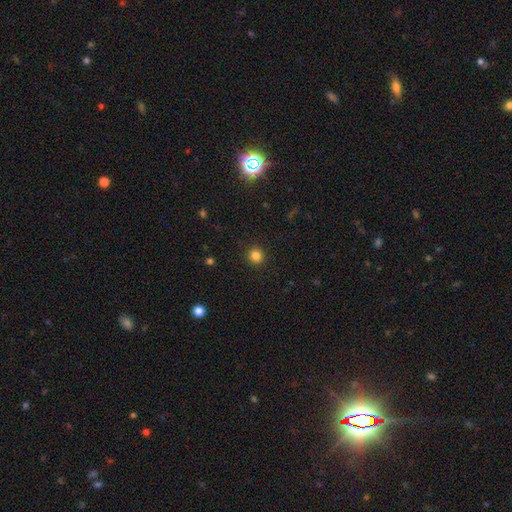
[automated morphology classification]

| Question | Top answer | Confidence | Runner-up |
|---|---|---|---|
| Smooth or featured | smooth | 83% | star or artifact (13%) |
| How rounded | round | 93% | in between (6%) |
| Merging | none | 92% | minor disturbance (5%) |